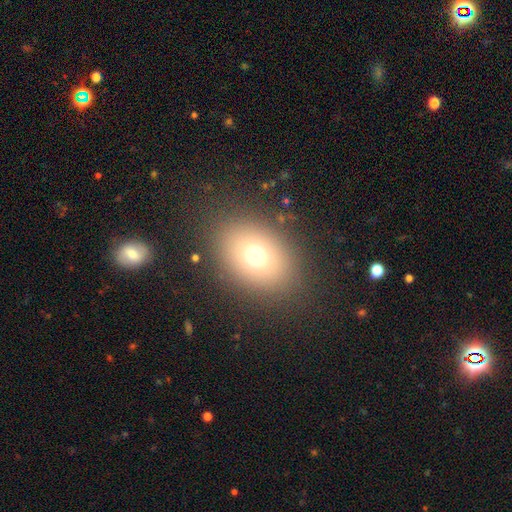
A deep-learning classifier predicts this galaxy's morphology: Overall: smooth (70%). How rounded: in between (64%; round 35%). Merging: none (85%).